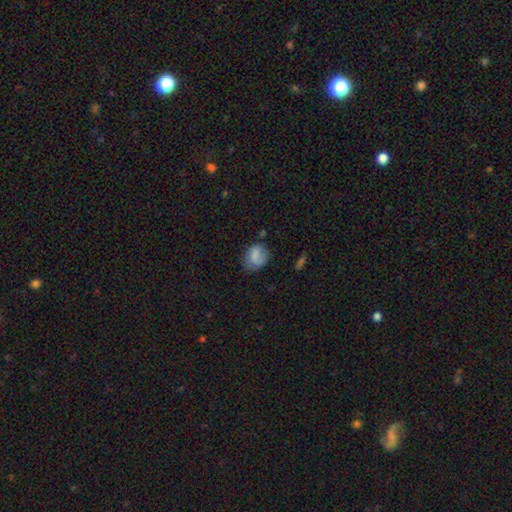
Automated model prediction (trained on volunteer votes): Smooth or featured? smooth (75%)
How rounded? in between (53%)
Merging? none (57%)